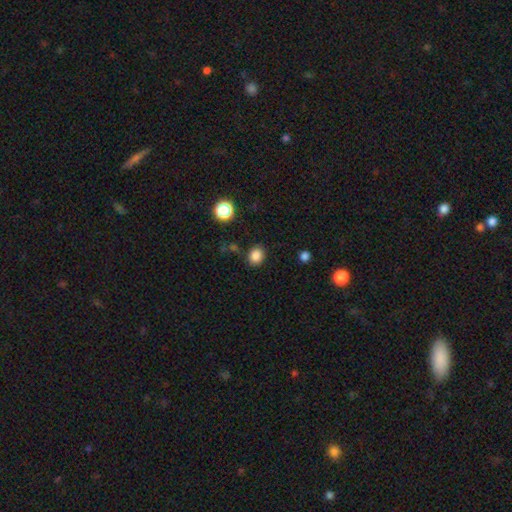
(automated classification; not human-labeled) Q: Smooth or featured?
A: smooth (84%); runner-up: star or artifact (12%)
Q: How rounded?
A: round (63%); runner-up: in between (36%)
Q: Merging?
A: none (84%); runner-up: minor disturbance (10%)